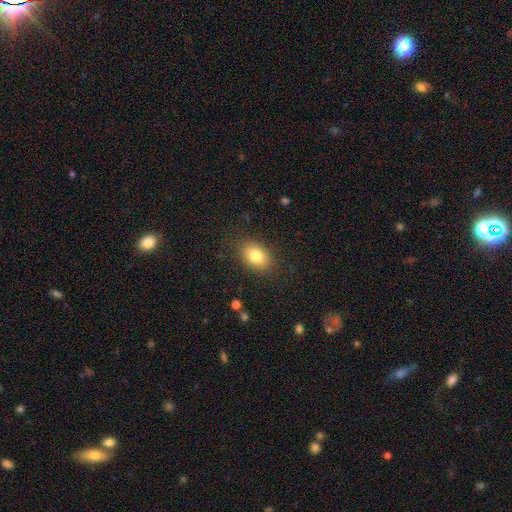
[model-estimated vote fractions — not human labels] This appears to be a smooth galaxy with no disk features (82%) that is in between round and cigar-shaped (78%). Merging: none (85%).